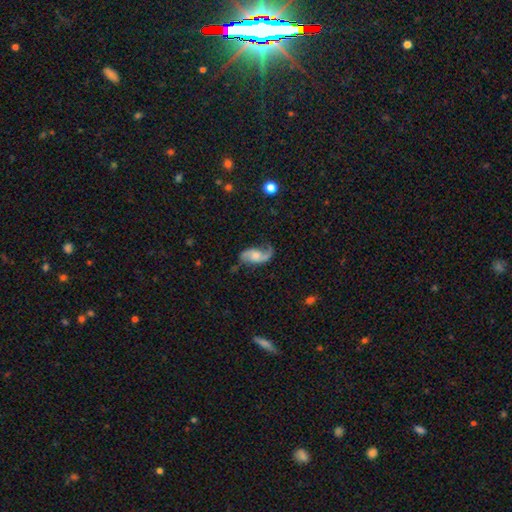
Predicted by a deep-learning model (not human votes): Smooth or featured? featured or disk (80%)
Edge-on disk? no (96%)
Bar? no (59%)
Spiral arms? yes (95%)
Spiral winding? loose (65%)
Spiral arm count? 2 (84%)
Bulge size? moderate (38%)
Merging? none (63%)